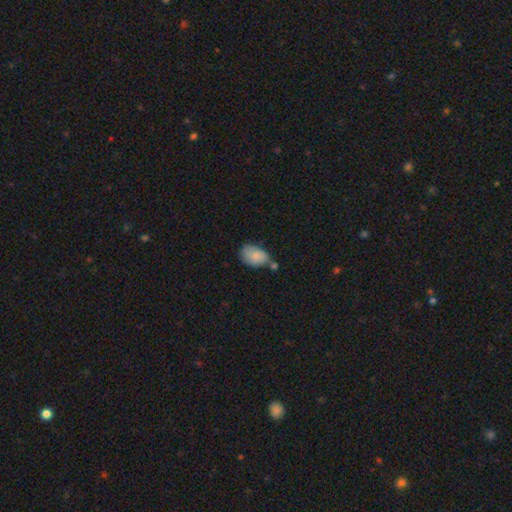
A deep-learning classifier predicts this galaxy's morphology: This appears to be a smooth galaxy with no disk features (82%) that is in between round and cigar-shaped (87%). Merging: none (44%).